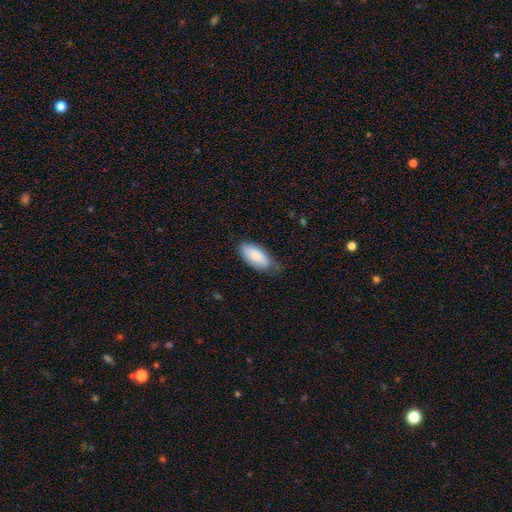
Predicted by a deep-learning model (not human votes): Morphology: type=smooth (84%); roundness=in between (89%); merging=none (64%).